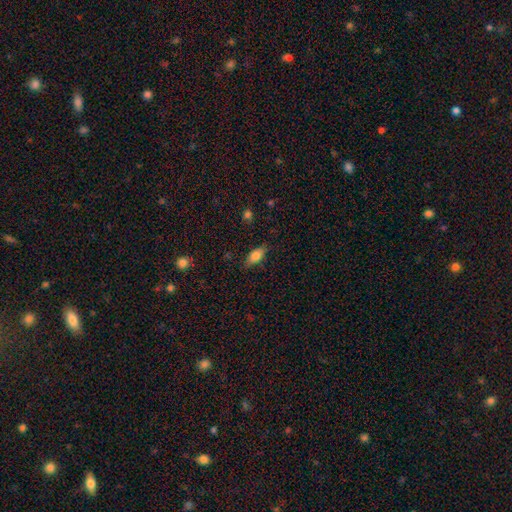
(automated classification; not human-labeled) Smooth or featured? smooth (76%)
How rounded? in between (80%)
Merging? none (80%)